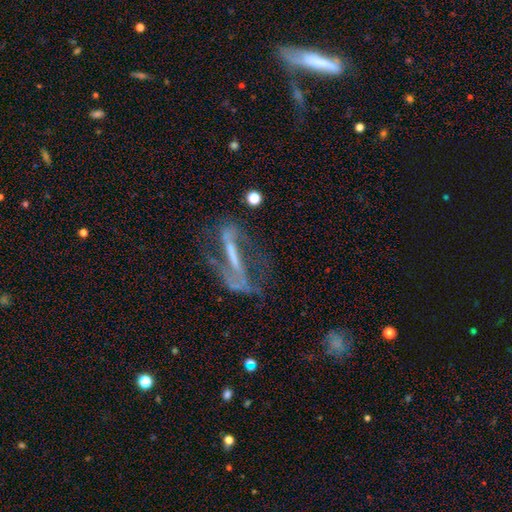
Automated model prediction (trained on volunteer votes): smooth-or-featured: featured or disk: 68% | star or artifact: 18% | smooth: 14%
  disk-edge-on: no: 68% | yes: 32%
  merging: none: 52% | major disturbance: 22% | minor disturbance: 18% | merger: 7%